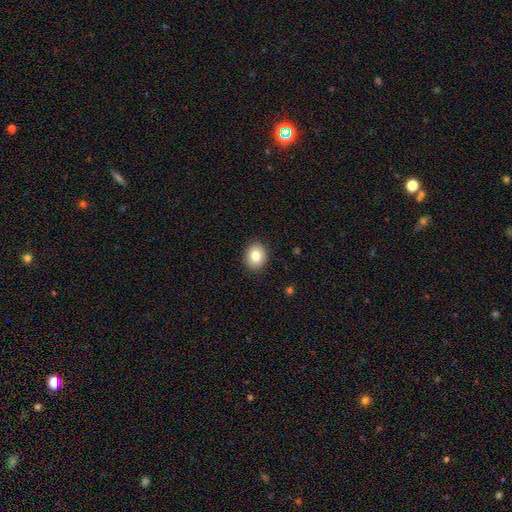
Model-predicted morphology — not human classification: Smooth or featured? Predicted: smooth (p=0.83). How rounded? Predicted: round (p=0.58). Merging? Predicted: none (p=0.90).